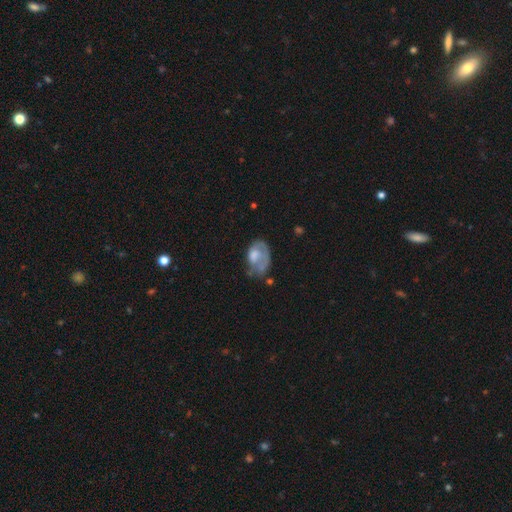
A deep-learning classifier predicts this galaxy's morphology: This appears to be a smooth galaxy with no disk features (49%). Merging: major disturbance (34%).